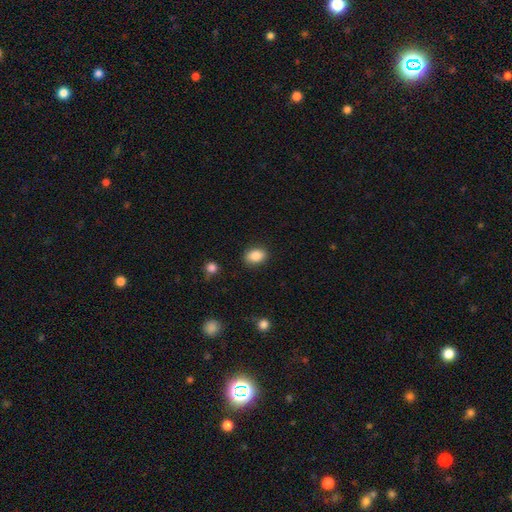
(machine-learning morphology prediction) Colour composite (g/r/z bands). It shows a smooth galaxy with no disk features (87%) that is in between round and cigar-shaped (75%). Merging: none (86%).